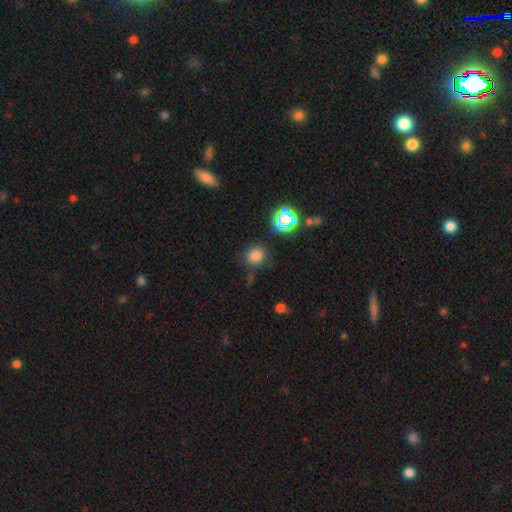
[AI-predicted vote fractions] This is likely a smooth galaxy (75%). How rounded: clearly round (84%). Merging: likely none (76%).